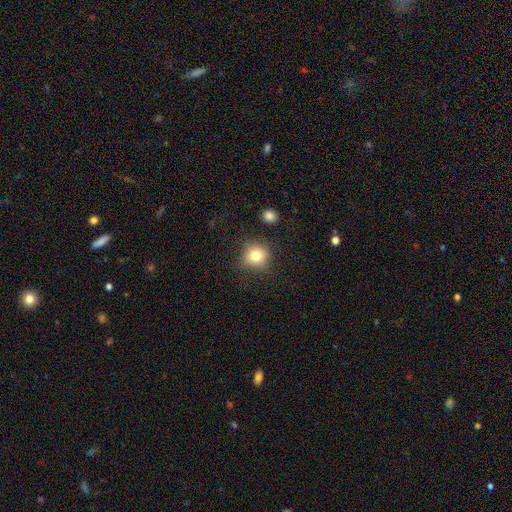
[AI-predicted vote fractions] smooth-or-featured: smooth: 80% | star or artifact: 12% | featured or disk: 8%
  how-rounded: round: 89% | in between: 10% | cigar-shaped: 1%
  merging: none: 81% | minor disturbance: 12% | major disturbance: 4% | merger: 3%